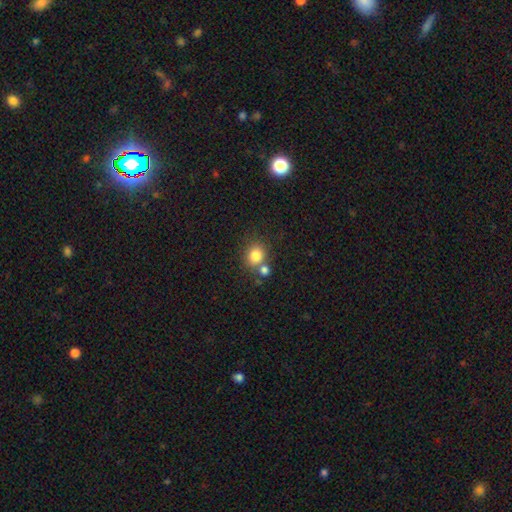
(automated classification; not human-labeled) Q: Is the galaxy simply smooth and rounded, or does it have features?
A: smooth — 81%.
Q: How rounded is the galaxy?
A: round — 75%.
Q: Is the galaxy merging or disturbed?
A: none — 61%.